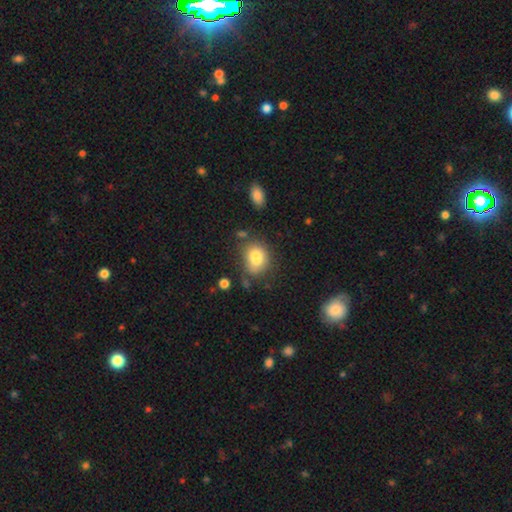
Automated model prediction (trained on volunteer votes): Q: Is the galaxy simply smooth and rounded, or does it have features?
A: smooth — 79%.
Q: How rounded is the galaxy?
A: in between — 52%.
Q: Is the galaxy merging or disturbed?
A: none — 55%.